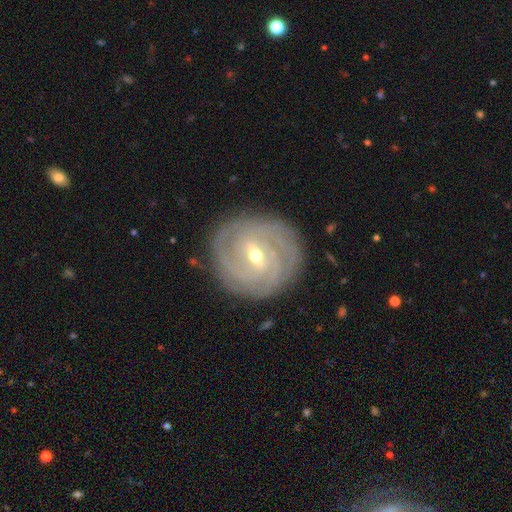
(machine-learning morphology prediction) Smooth or featured: featured or disk — 86% (smooth — 9%)
Edge-on disk: no — 96% (yes — 4%)
Bar: weak — 52% (strong — 31%)
Spiral arms: yes — 95% (no — 5%)
Spiral winding: tight — 80% (medium — 16%)
Spiral arm count: can't tell — 30% (4 — 21%)
Bulge size: small — 51% (moderate — 46%)
Merging: none — 84% (minor disturbance — 11%)